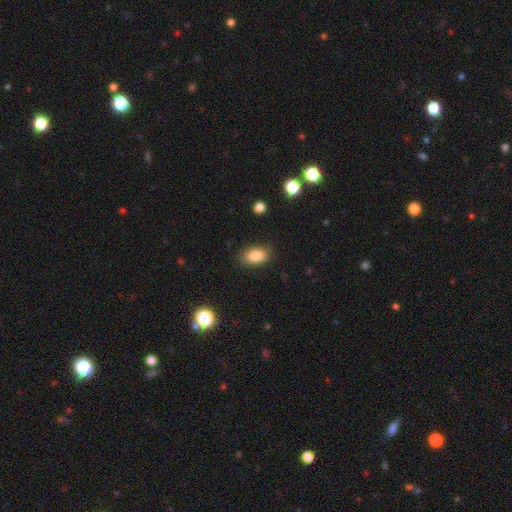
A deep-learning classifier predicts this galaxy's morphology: This is clearly a smooth galaxy (85%). How rounded: clearly in between (89%). Merging: clearly none (84%).